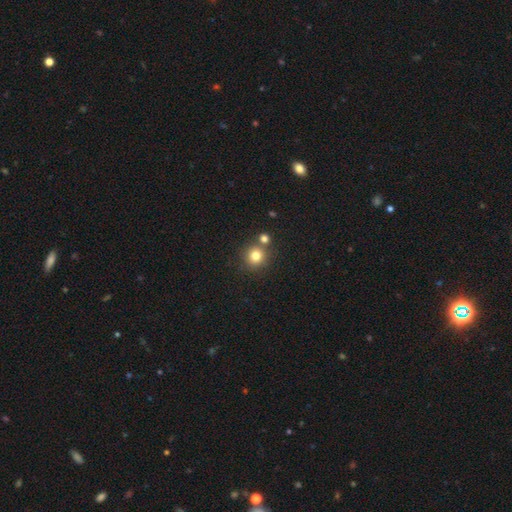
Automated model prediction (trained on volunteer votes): A smooth galaxy with no disk features (79%) that is round (92%). Merging: none (72%).